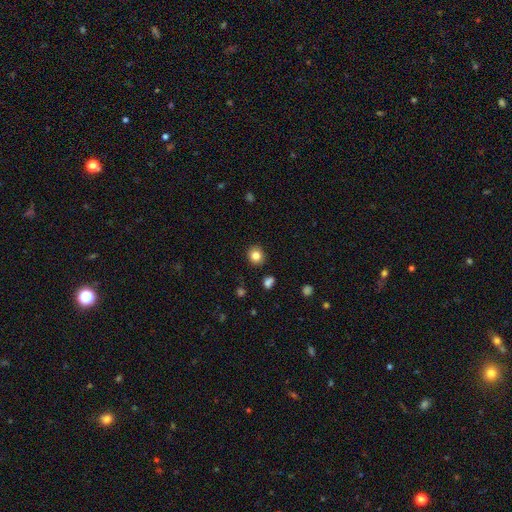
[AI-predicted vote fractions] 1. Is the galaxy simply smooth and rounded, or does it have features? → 83% smooth, 11% star or artifact, 7% featured or disk.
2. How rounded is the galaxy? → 81% round, 19% in between, 1% cigar-shaped.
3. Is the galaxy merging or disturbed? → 89% none, 7% minor disturbance, 2% major disturbance, 2% merger.